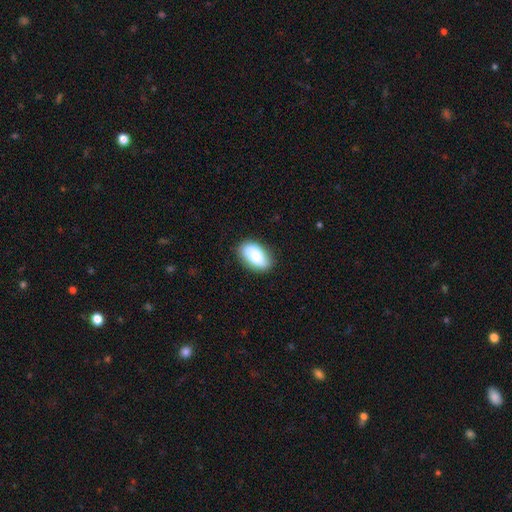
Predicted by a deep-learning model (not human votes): Q: Smooth or featured?
A: smooth (71%); runner-up: featured or disk (22%)
Q: How rounded?
A: in between (91%); runner-up: round (6%)
Q: Merging?
A: none (82%); runner-up: minor disturbance (14%)